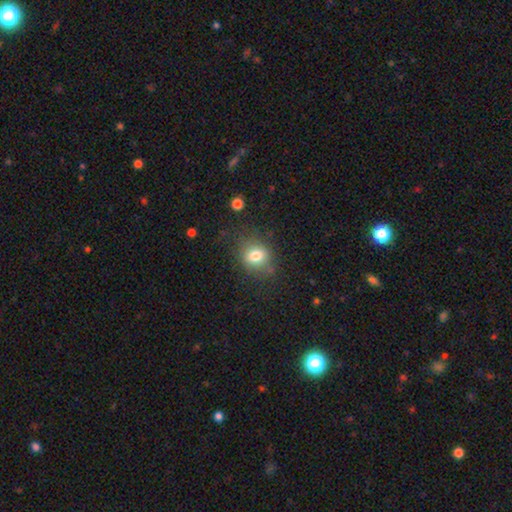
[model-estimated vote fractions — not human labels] Smooth or featured? Predicted: smooth (p=0.77). How rounded? Predicted: round (p=0.64). Merging? Predicted: none (p=0.73).